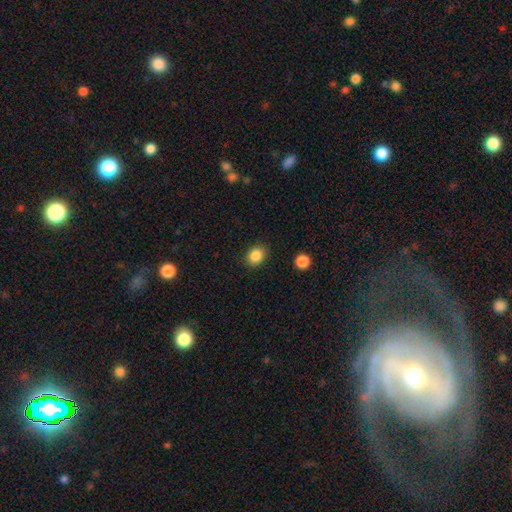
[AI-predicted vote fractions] This is clearly a smooth galaxy (87%). How rounded: possibly round (54%). Merging: clearly none (88%).